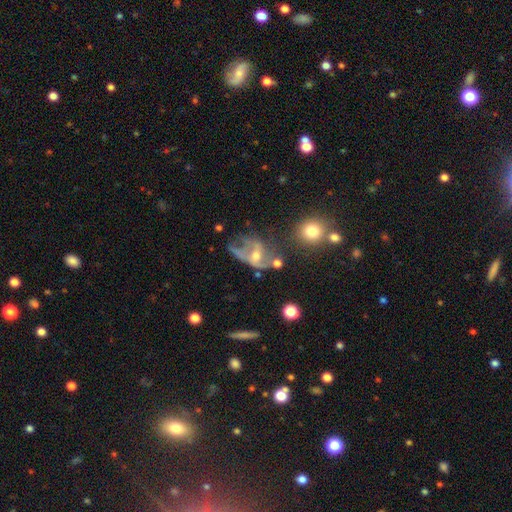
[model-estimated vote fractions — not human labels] Q: Smooth or featured?
A: featured or disk (67%); runner-up: smooth (20%)
Q: Edge-on disk?
A: no (94%); runner-up: yes (6%)
Q: Bar?
A: no (48%); runner-up: weak (36%)
Q: Spiral arms?
A: yes (62%); runner-up: no (38%)
Q: Bulge size?
A: moderate (48%); runner-up: small (42%)
Q: Merging?
A: major disturbance (41%); runner-up: none (26%)